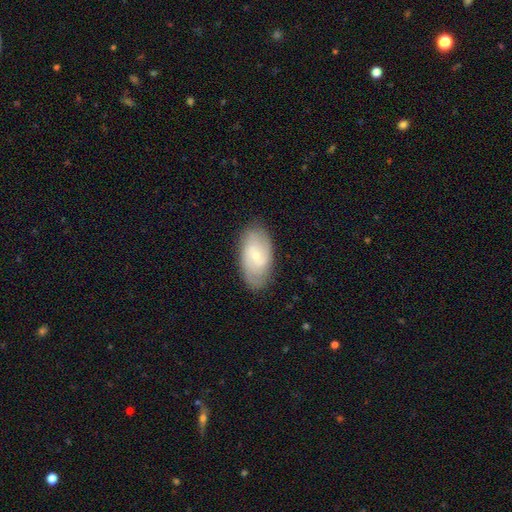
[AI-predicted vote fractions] Overall: featured or disk (58%; smooth 35%). Edge-on disk: no (94%). Bar: weak (50%; no 41%). Spiral arms: yes (86%). Bulge size: small (65%; moderate 30%). Merging: none (83%).